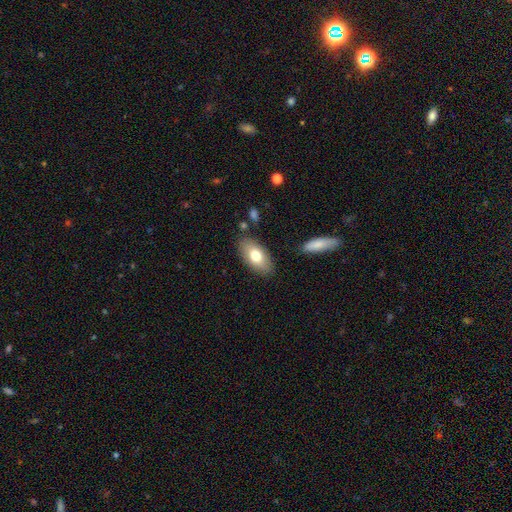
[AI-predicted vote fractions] smooth-or-featured: smooth: 74% | featured or disk: 20% | star or artifact: 7%
  how-rounded: in between: 93% | round: 4% | cigar-shaped: 3%
  merging: none: 83% | minor disturbance: 11% | merger: 3% | major disturbance: 3%